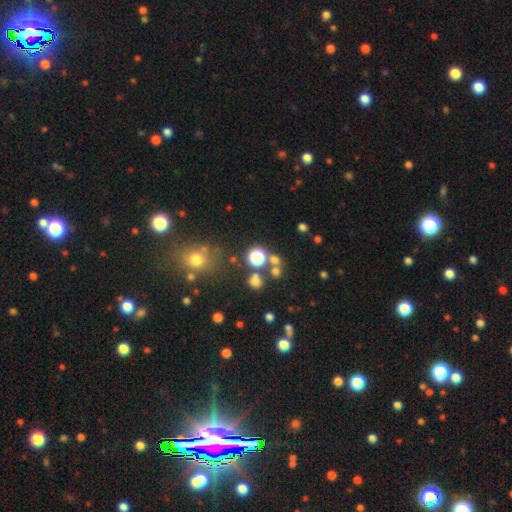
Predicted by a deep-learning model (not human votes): smooth-or-featured: smooth: 56% | star or artifact: 36% | featured or disk: 9%
  how-rounded: round: 87% | in between: 11% | cigar-shaped: 2%
  merging: none: 74% | merger: 13% | minor disturbance: 8% | major disturbance: 5%